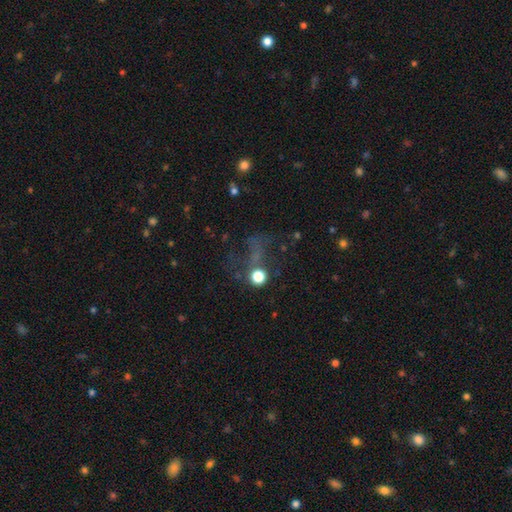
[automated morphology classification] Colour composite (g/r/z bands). It shows a star or artifact, not a galaxy (46%).